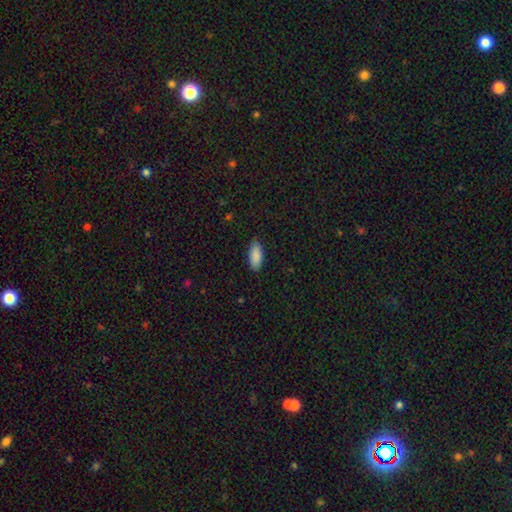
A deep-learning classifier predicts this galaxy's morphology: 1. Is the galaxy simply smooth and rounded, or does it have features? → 89% smooth, 6% star or artifact, 5% featured or disk.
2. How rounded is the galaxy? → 87% in between, 11% cigar-shaped, 2% round.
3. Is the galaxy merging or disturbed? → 87% none, 10% minor disturbance, 2% major disturbance, 1% merger.